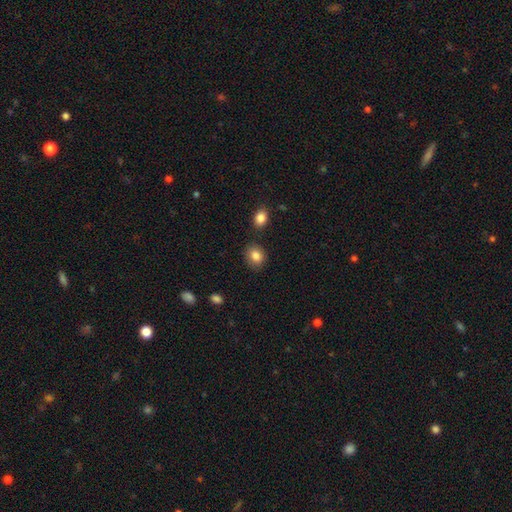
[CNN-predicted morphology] The model was most divided on "how rounded": round: 56%, in between: 43%, cigar-shaped: 1%. More confident: smooth or featured — smooth (85%); merging — none (82%).